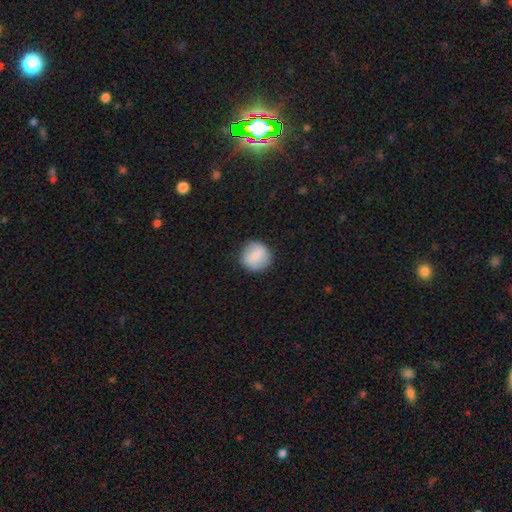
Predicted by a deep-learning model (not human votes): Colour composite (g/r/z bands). It shows a smooth galaxy with no disk features (75%) that is round (92%). Merging: none (85%).